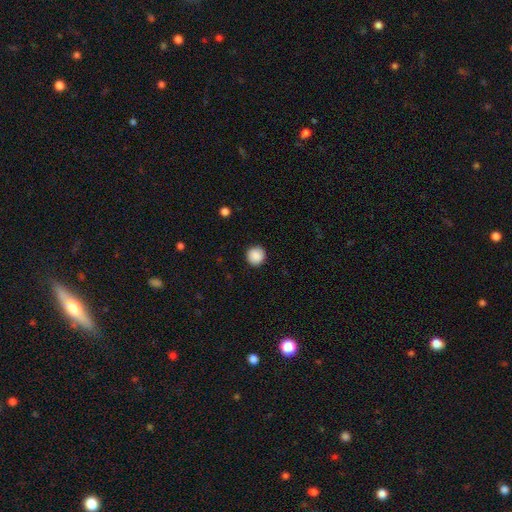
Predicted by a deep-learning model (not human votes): Overall: smooth (89%). How rounded: round (94%). Merging: none (92%).